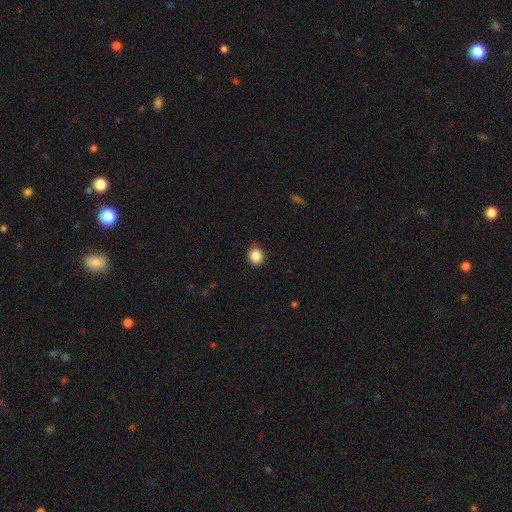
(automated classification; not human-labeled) smooth-or-featured: smooth: 86% | star or artifact: 9% | featured or disk: 4%
  how-rounded: round: 52% | in between: 47% | cigar-shaped: 1%
  merging: none: 84% | minor disturbance: 13% | major disturbance: 2% | merger: 1%